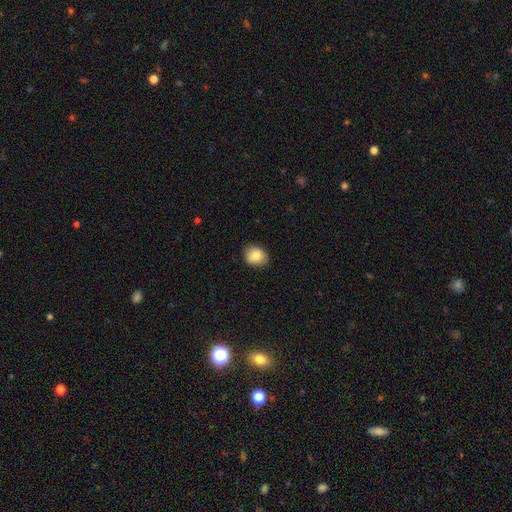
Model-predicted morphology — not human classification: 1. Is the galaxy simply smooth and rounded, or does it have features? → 84% smooth, 9% star or artifact, 7% featured or disk.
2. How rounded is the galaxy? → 57% round, 42% in between, 1% cigar-shaped.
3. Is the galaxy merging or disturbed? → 84% none, 13% minor disturbance, 2% major disturbance, 1% merger.